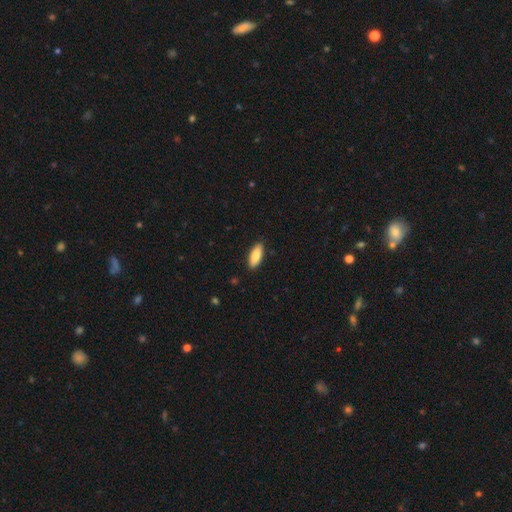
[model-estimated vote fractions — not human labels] smooth-or-featured: smooth: 86% | featured or disk: 8% | star or artifact: 6%
  how-rounded: in between: 74% | cigar-shaped: 24% | round: 2%
  merging: none: 89% | minor disturbance: 9% | major disturbance: 2% | merger: 1%